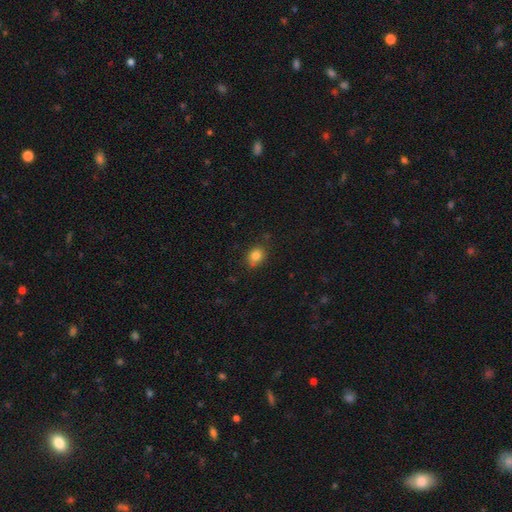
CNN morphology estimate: Smooth or featured?
  - smooth: 83% *
  - star or artifact: 11%
  - featured or disk: 6%
How rounded?
  - round: 55% *
  - in between: 44%
  - cigar-shaped: 1%
Merging?
  - none: 75% *
  - minor disturbance: 18%
  - major disturbance: 3%
  - merger: 3%